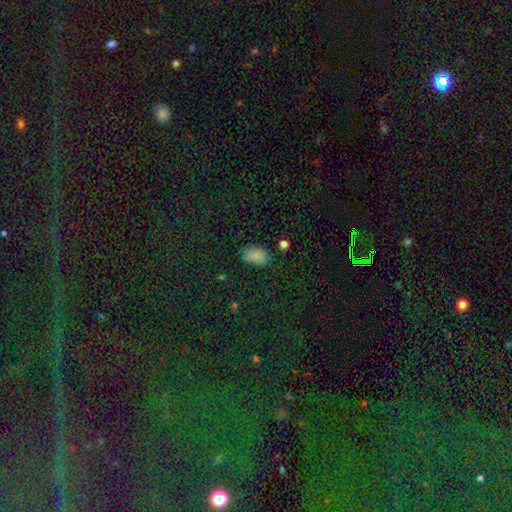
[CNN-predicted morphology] Overall: smooth (85%). How rounded: in between (91%). Merging: none (74%).